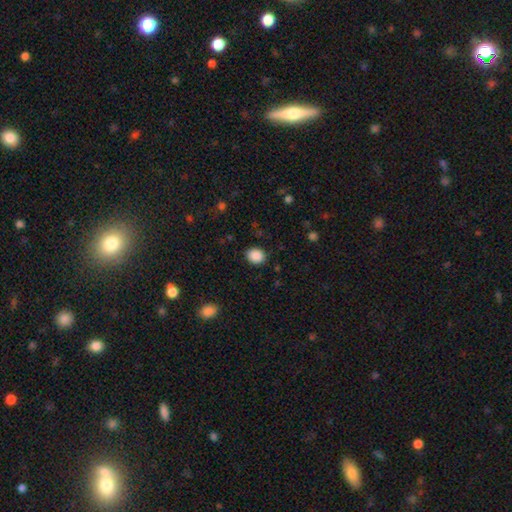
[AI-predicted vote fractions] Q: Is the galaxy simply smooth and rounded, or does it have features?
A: smooth — 89%.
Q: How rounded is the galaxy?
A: round — 55%.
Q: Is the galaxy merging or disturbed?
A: none — 88%.